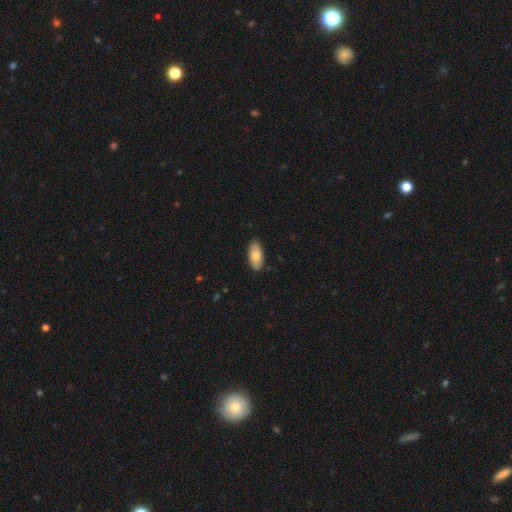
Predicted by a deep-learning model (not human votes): A smooth galaxy with no disk features (78%) that is in between round and cigar-shaped (92%).

Vote fractions:
- Smooth or featured? smooth: 78% / featured or disk: 16% / star or artifact: 6%
- How rounded? in between: 92% / cigar-shaped: 6% / round: 2%
- Merging? none: 88% / minor disturbance: 9% / major disturbance: 2% / merger: 1%